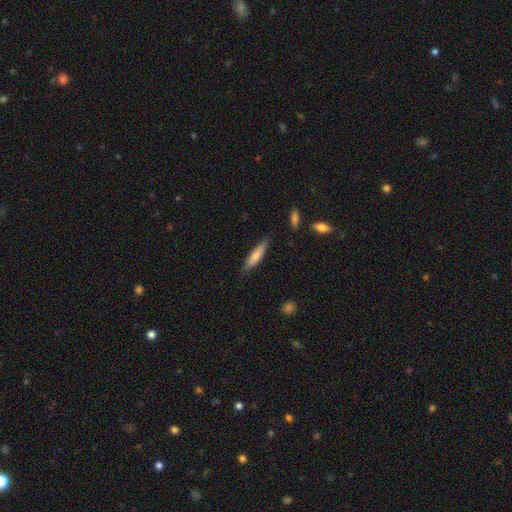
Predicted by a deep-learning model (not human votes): The model was most divided on "smooth or featured": smooth: 75%, featured or disk: 19%, star or artifact: 6%. More confident: merging — none (82%); how rounded — cigar-shaped (77%).